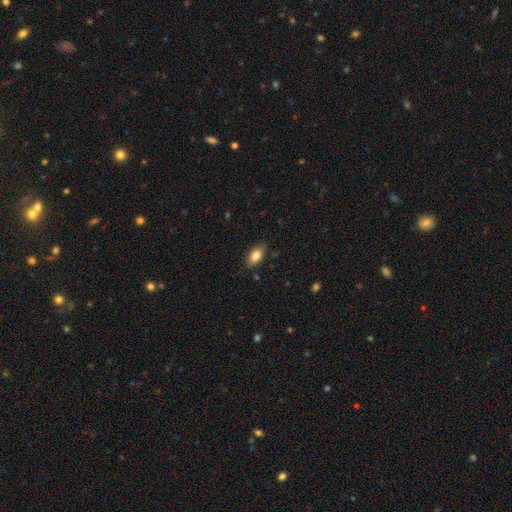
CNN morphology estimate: smooth_or_featured: smooth (p=0.82) [alt: featured or disk p=0.10]
how_rounded: in between (p=0.90) [alt: cigar-shaped p=0.06]
merging: none (p=0.82) [alt: minor disturbance p=0.14]